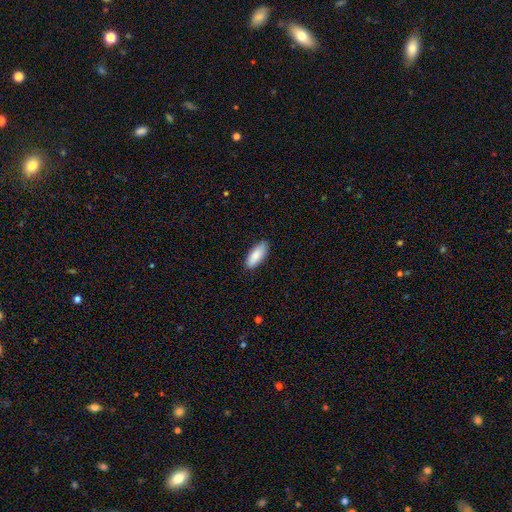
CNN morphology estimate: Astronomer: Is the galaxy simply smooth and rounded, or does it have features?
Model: smooth — 87%.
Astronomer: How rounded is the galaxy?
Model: in between — 76%.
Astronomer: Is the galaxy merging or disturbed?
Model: none — 85%.